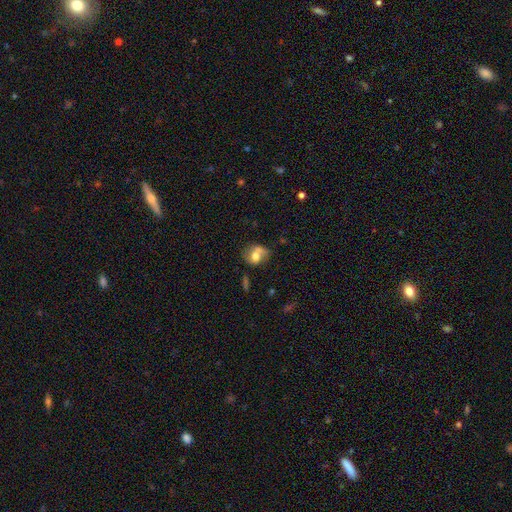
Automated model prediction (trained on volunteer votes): Overall: smooth (54%; featured or disk 37%). How rounded: round (55%; in between 44%). Merging: none (45%; minor disturbance 23%).